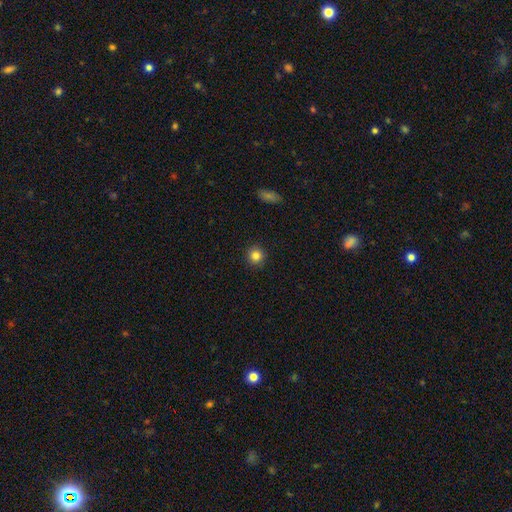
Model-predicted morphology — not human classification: Smooth or featured: smooth — 84% (star or artifact — 11%)
How rounded: round — 94% (in between — 5%)
Merging: none — 92% (minor disturbance — 5%)